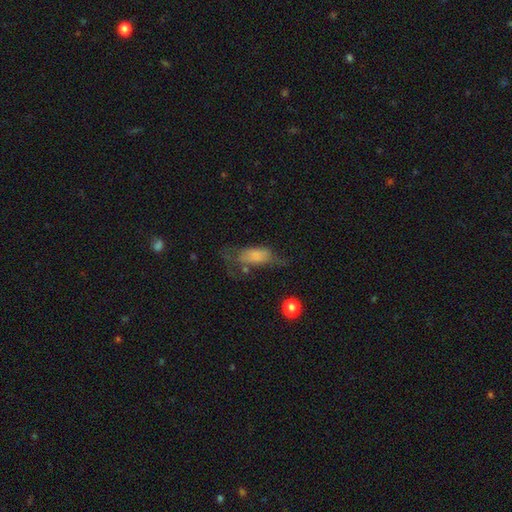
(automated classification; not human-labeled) The model was most divided on "merging": major disturbance: 37%, none: 30%, minor disturbance: 27%, merger: 6%. More confident: how rounded — in between (78%); smooth or featured — smooth (63%).